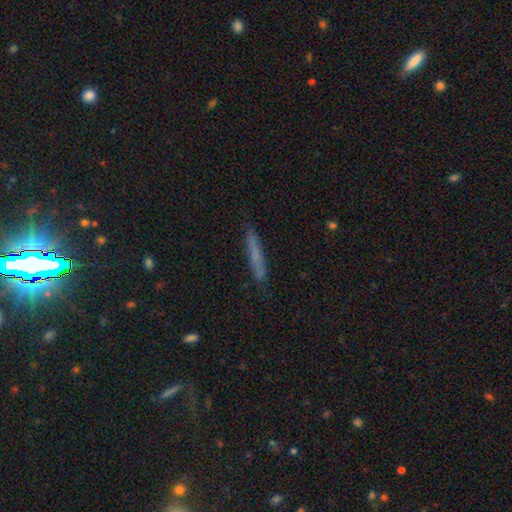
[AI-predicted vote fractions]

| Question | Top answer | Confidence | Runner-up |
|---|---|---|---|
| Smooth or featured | smooth | 64% | featured or disk (28%) |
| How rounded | cigar-shaped | 95% | in between (3%) |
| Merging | none | 85% | minor disturbance (11%) |